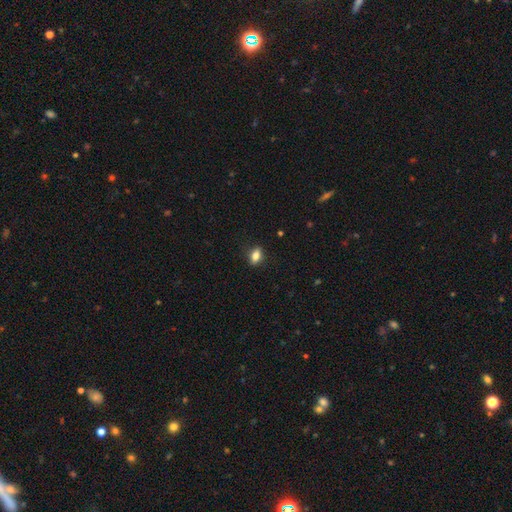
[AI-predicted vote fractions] A smooth galaxy with no disk features (79%) that is in between round and cigar-shaped (79%).

Vote fractions:
- Smooth or featured? smooth: 79% / featured or disk: 12% / star or artifact: 9%
- How rounded? in between: 79% / round: 12% / cigar-shaped: 9%
- Merging? none: 84% / minor disturbance: 12% / major disturbance: 3% / merger: 1%